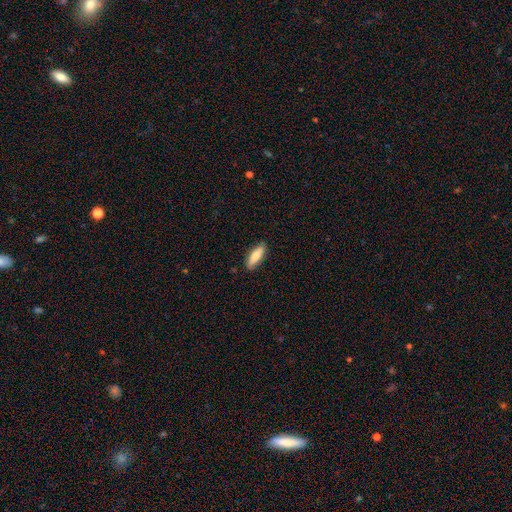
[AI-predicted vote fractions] The model was most divided on "how rounded": in between: 64%, cigar-shaped: 34%, round: 2%. More confident: merging — none (86%); smooth or featured — smooth (77%).